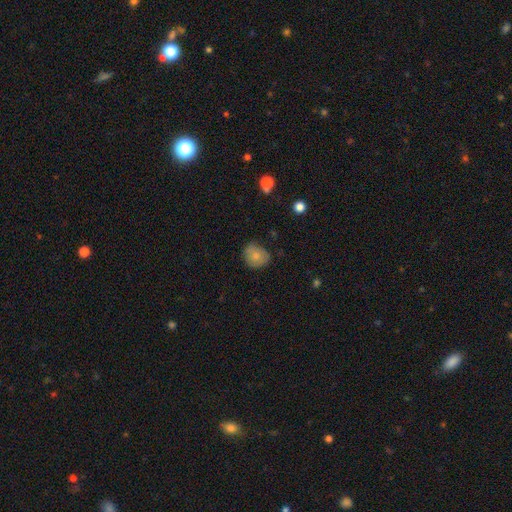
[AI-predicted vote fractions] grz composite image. It shows a smooth galaxy with no disk features (76%) that is round (72%). Merging: none (71%).